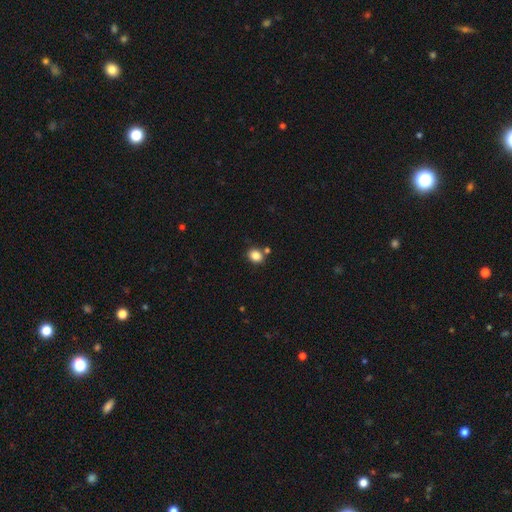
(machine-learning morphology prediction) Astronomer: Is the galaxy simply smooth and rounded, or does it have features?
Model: smooth — 85%.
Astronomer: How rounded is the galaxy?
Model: round — 53% (runner-up: in between, 46%).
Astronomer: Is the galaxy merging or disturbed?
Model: none — 75%.